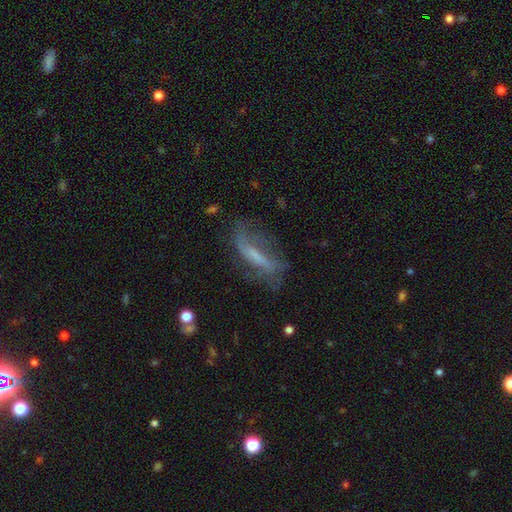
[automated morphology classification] Overall: featured or disk (55%; smooth 34%). Edge-on disk: no (71%). Merging: none (52%; minor disturbance 25%).